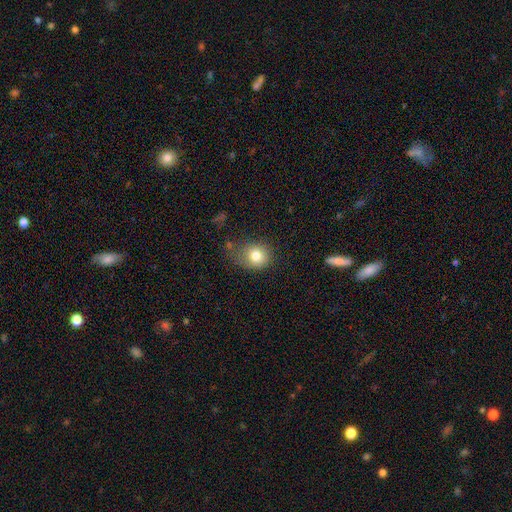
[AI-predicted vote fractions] smooth-or-featured: smooth: 78% | star or artifact: 11% | featured or disk: 11%
  how-rounded: round: 66% | in between: 33% | cigar-shaped: 1%
  merging: none: 55% | minor disturbance: 28% | major disturbance: 12% | merger: 5%